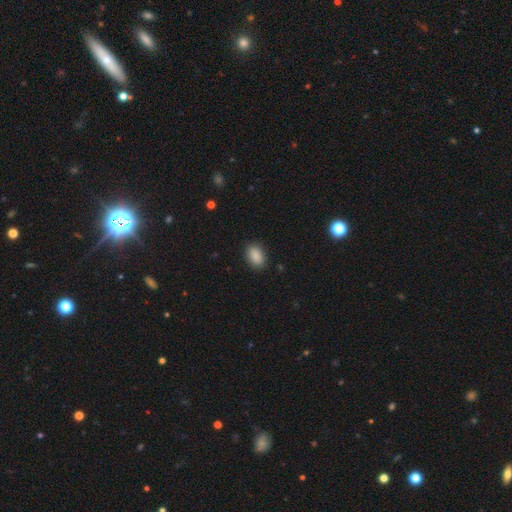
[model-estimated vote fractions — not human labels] Smooth or featured?
  - smooth: 89% *
  - star or artifact: 8%
  - featured or disk: 3%
How rounded?
  - in between: 88% *
  - round: 11%
  - cigar-shaped: 2%
Merging?
  - none: 87% *
  - minor disturbance: 9%
  - major disturbance: 2%
  - merger: 1%